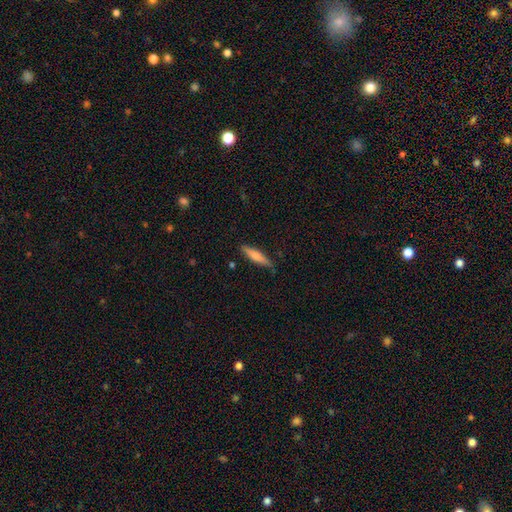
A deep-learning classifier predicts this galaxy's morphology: This appears to be a smooth galaxy with no disk features (66%) that is cigar-shaped (83%). Merging: none (85%).